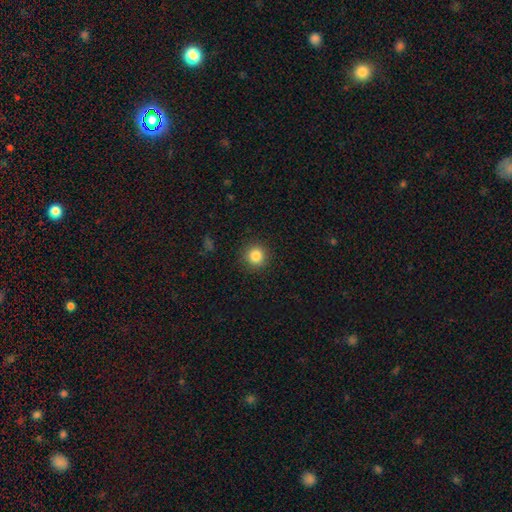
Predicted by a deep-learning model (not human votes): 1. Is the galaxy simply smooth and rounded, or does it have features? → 85% smooth, 11% star or artifact, 5% featured or disk.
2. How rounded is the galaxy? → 94% round, 5% in between, 1% cigar-shaped.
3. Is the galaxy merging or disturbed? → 91% none, 6% minor disturbance, 2% major disturbance, 1% merger.